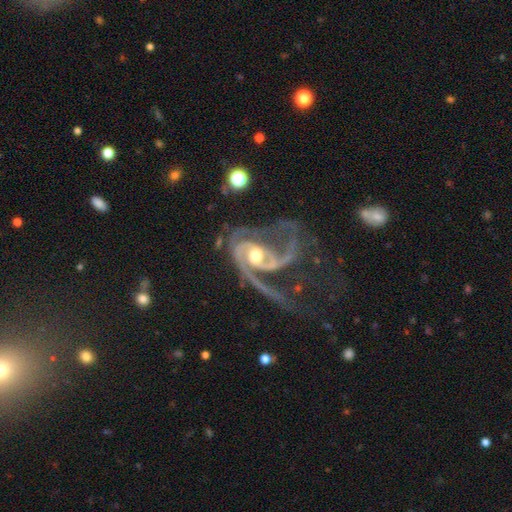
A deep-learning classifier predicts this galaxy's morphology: type=featured or disk (91%); edge-on=no (97%); bar=no (52%); spiral arms=yes (96%); winding=medium (48%); arm count=2 (58%); bulge=moderate (71%); merging=major disturbance (49%).